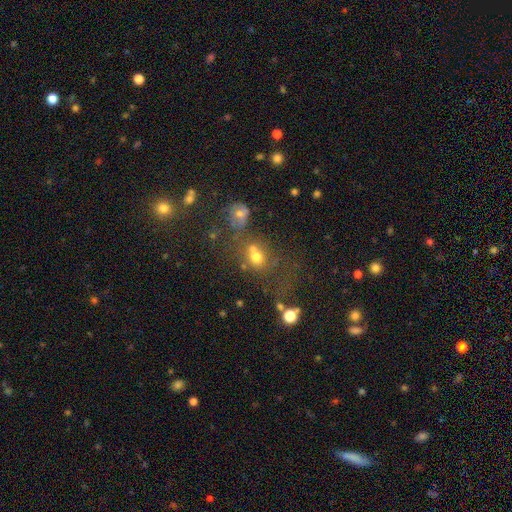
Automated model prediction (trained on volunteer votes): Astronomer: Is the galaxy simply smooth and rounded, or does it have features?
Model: smooth — 65%.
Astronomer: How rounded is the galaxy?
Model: round — 54% (runner-up: in between, 44%).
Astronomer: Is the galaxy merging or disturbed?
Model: none — 38% (runner-up: merger, 34%).